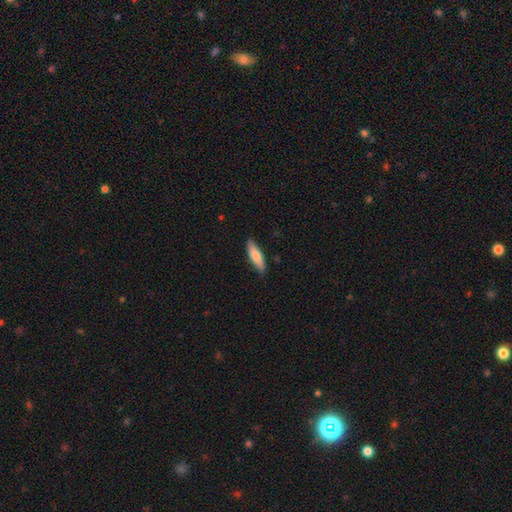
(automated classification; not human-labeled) A smooth galaxy with no disk features (71%) that is cigar-shaped (61%). Merging: none (86%).